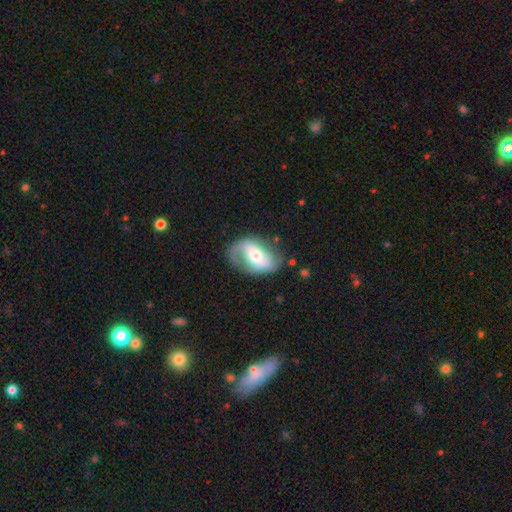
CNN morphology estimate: This appears to be a featured or disk galaxy (71%) with no bar (42%), 2 (81%) loose (45%) spiral arms (84%) and a moderate central bulge (58%). Merging: none (67%).